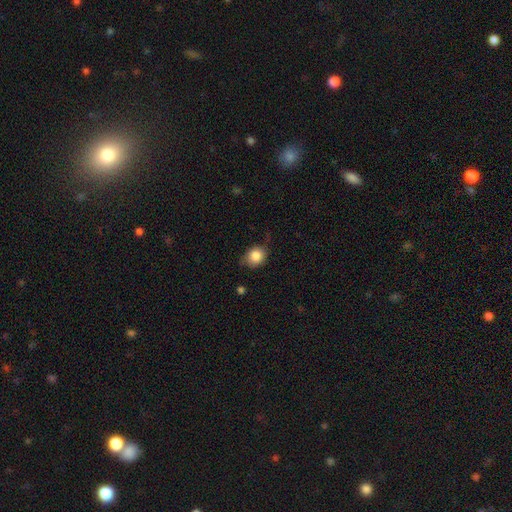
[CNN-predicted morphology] A smooth galaxy with no disk features (84%) that is round (62%). Merging: none (63%).